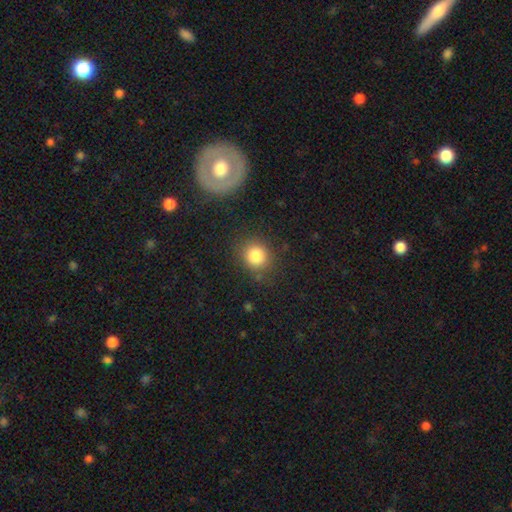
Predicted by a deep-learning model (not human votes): This is clearly a smooth galaxy (83%). How rounded: likely round (80%). Merging: clearly none (82%).